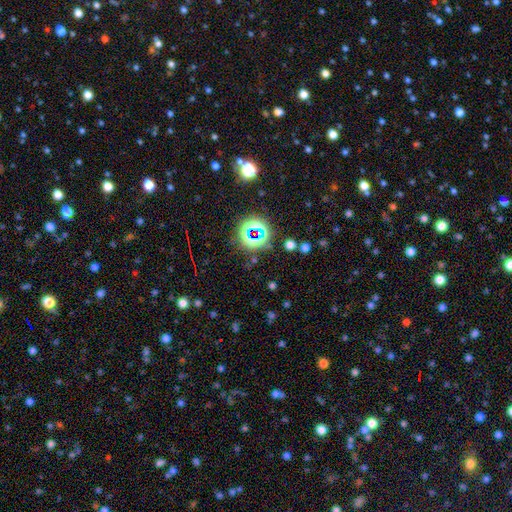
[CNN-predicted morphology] This appears to be a star or artifact, not a galaxy (74%).